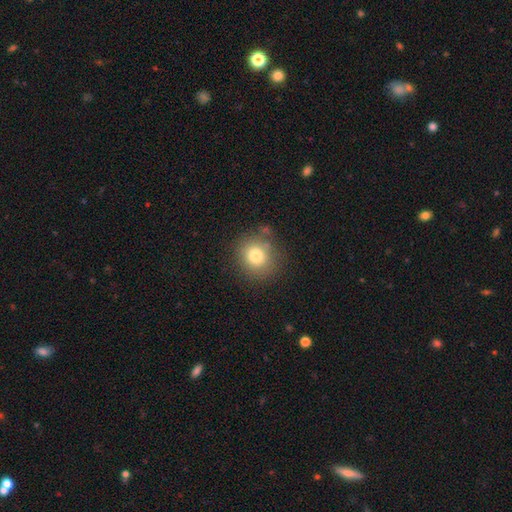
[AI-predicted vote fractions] Q: Smooth or featured?
A: smooth (79%); runner-up: star or artifact (11%)
Q: How rounded?
A: round (86%); runner-up: in between (13%)
Q: Merging?
A: none (81%); runner-up: minor disturbance (12%)